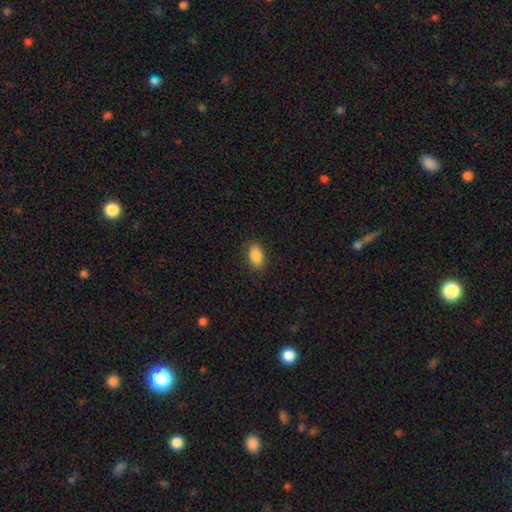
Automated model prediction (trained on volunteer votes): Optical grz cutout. It shows a smooth galaxy with no disk features (88%) that is in between round and cigar-shaped (90%). Merging: none (86%).